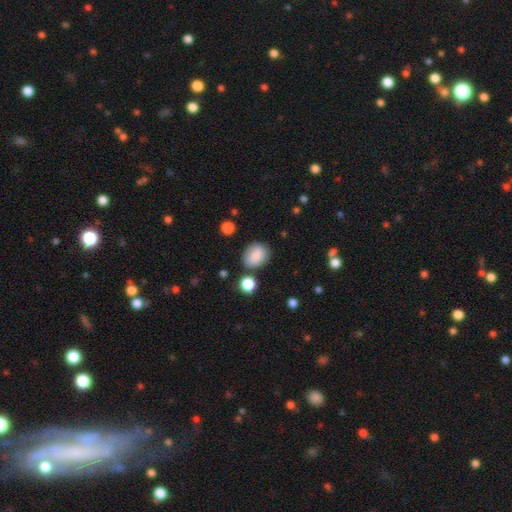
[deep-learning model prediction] Smooth or featured?
  - smooth: 85% *
  - star or artifact: 8%
  - featured or disk: 7%
How rounded?
  - in between: 56% *
  - round: 43%
  - cigar-shaped: 1%
Merging?
  - none: 72% *
  - minor disturbance: 17%
  - merger: 6%
  - major disturbance: 5%